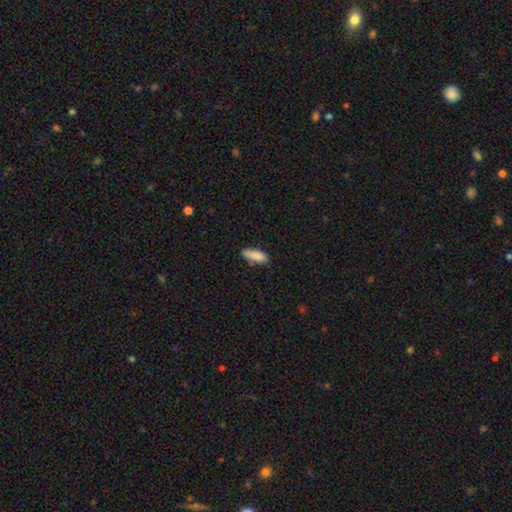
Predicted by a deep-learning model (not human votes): Smooth or featured?
  - smooth: 88% *
  - star or artifact: 6%
  - featured or disk: 6%
How rounded?
  - in between: 62% *
  - cigar-shaped: 36%
  - round: 2%
Merging?
  - none: 75% *
  - minor disturbance: 19%
  - major disturbance: 3%
  - merger: 2%